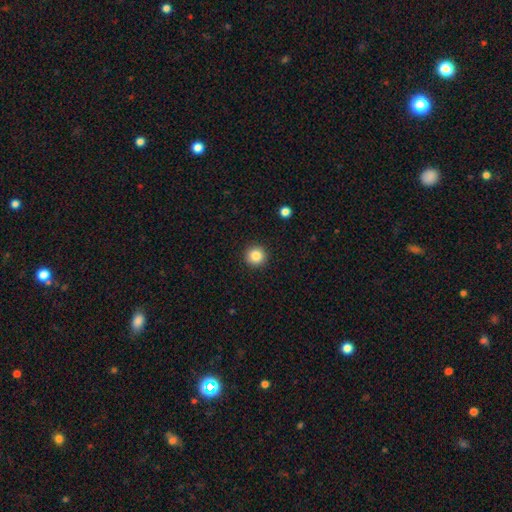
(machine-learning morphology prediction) This appears to be a smooth galaxy with no disk features (85%) that is round (95%). Merging: none (92%).